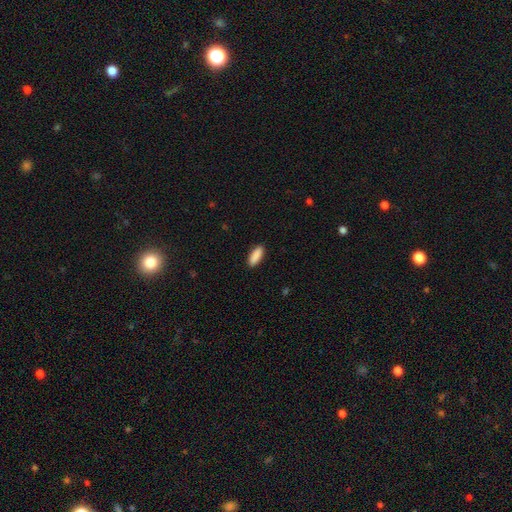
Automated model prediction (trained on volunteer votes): smooth-or-featured: smooth: 90% | star or artifact: 6% | featured or disk: 4%
  how-rounded: in between: 67% | cigar-shaped: 31% | round: 2%
  merging: none: 90% | minor disturbance: 7% | major disturbance: 2% | merger: 1%